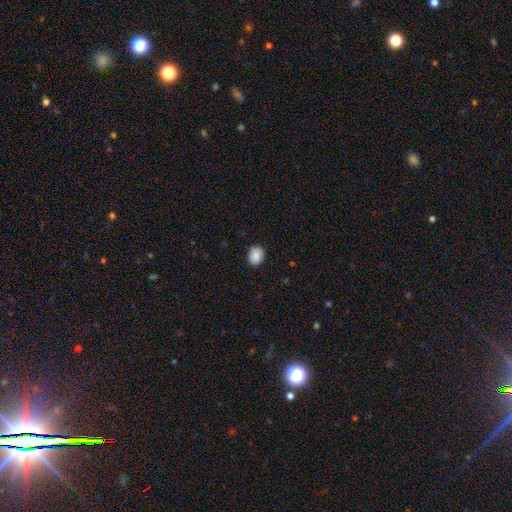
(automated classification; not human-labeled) Smooth or featured: smooth — 87% (star or artifact — 8%)
How rounded: round — 58% (in between — 41%)
Merging: none — 84% (minor disturbance — 13%)